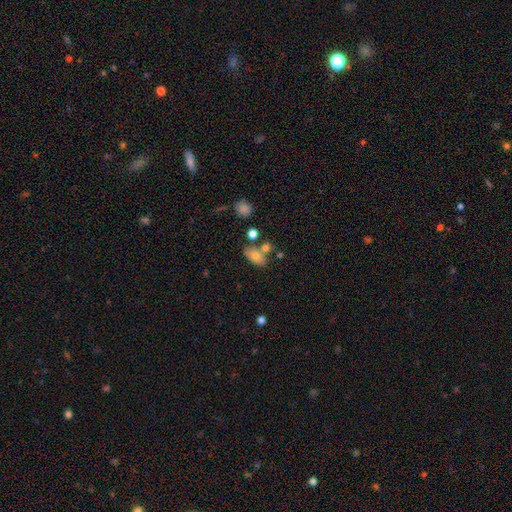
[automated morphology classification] smooth_or_featured: smooth (p=0.71) [alt: featured or disk p=0.19]
how_rounded: in between (p=0.84) [alt: round p=0.14]
merging: none (p=0.53) [alt: merger p=0.24]